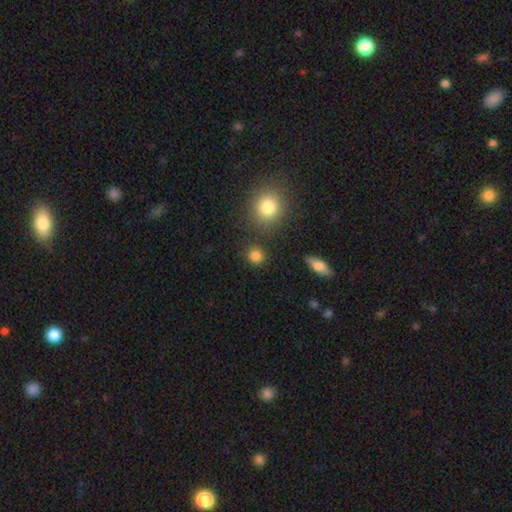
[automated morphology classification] A smooth galaxy with no disk features (83%) that is round (88%).

Vote fractions:
- Smooth or featured? smooth: 83% / star or artifact: 13% / featured or disk: 4%
- How rounded? round: 88% / in between: 11% / cigar-shaped: 1%
- Merging? none: 84% / minor disturbance: 8% / merger: 5% / major disturbance: 3%